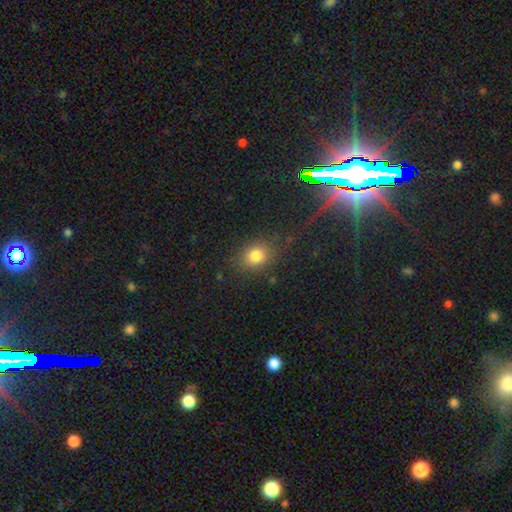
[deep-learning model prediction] This is likely a smooth galaxy (79%). How rounded: possibly round (55%). Merging: likely none (79%).